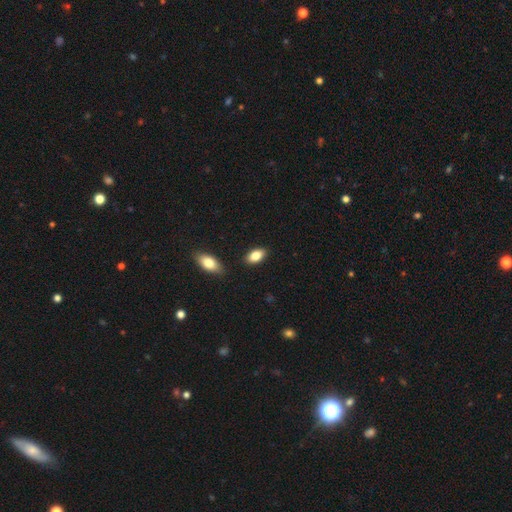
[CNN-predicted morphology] The model was most divided on "smooth or featured": smooth: 84%, featured or disk: 9%, star or artifact: 7%. More confident: how rounded — in between (92%); merging — none (87%).